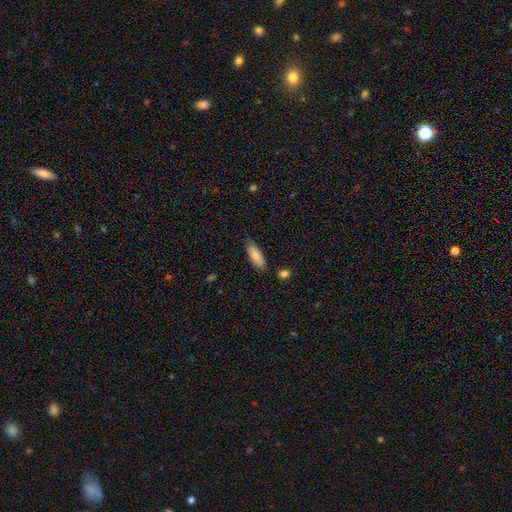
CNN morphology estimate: This is clearly a smooth galaxy (82%). How rounded: likely in between (63%). Merging: likely none (74%).